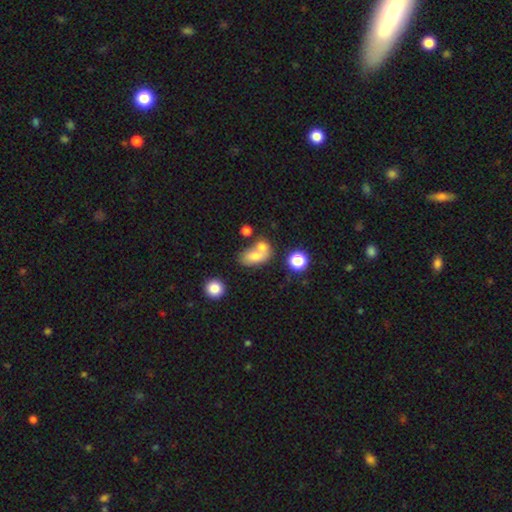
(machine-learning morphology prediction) type=smooth (69%); roundness=in between (78%); merging=merger (53%).